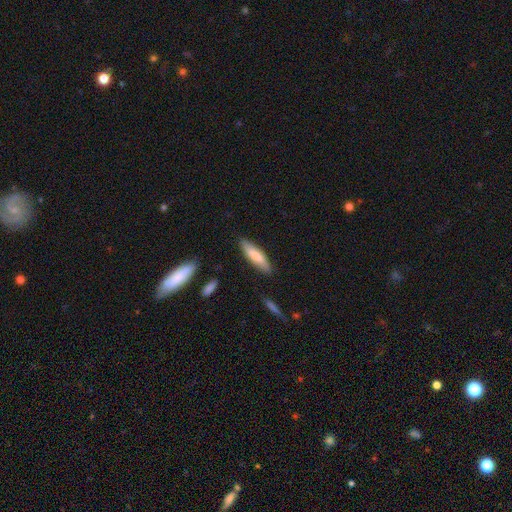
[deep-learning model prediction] The model was most divided on "how rounded": cigar-shaped: 68%, in between: 31%, round: 1%. More confident: merging — none (83%); smooth or featured — smooth (76%).